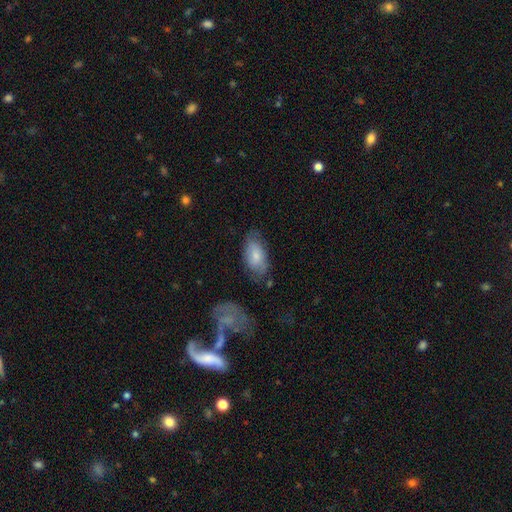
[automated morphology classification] This is likely a smooth galaxy (71%). How rounded: clearly in between (92%). Merging: likely none (63%).